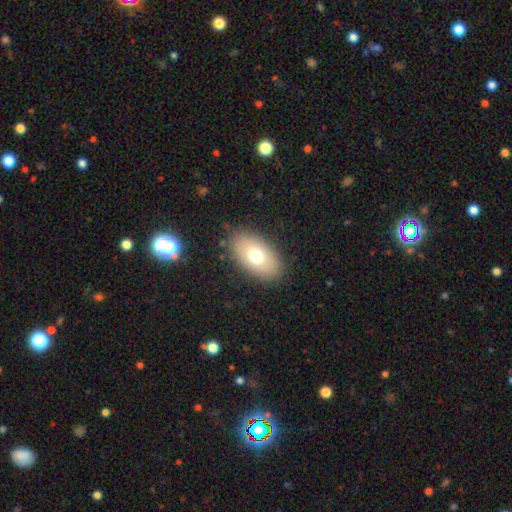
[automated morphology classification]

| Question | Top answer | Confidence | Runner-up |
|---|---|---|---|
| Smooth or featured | smooth | 69% | featured or disk (22%) |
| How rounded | in between | 90% | round (8%) |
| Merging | none | 85% | minor disturbance (10%) |